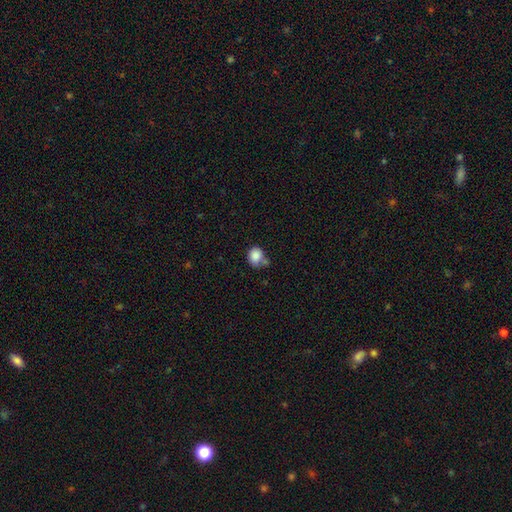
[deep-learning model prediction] Morphology: type=smooth (85%); roundness=round (67%); merging=none (53%).